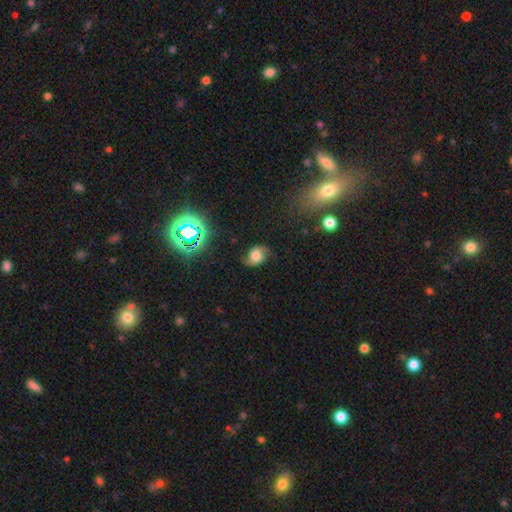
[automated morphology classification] The model was most divided on "smooth or featured": smooth: 46%, featured or disk: 39%, star or artifact: 16%. More confident: merging — none (71%).